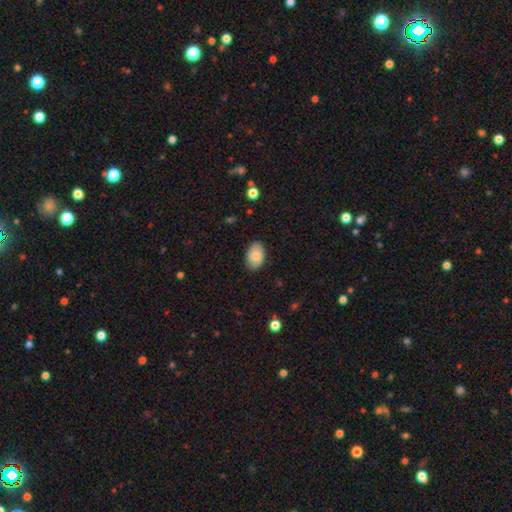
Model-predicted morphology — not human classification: smooth 85%, featured or disk 8%, star or artifact 7%. Down the decision tree: how rounded — in between (91%); merging — none (85%).